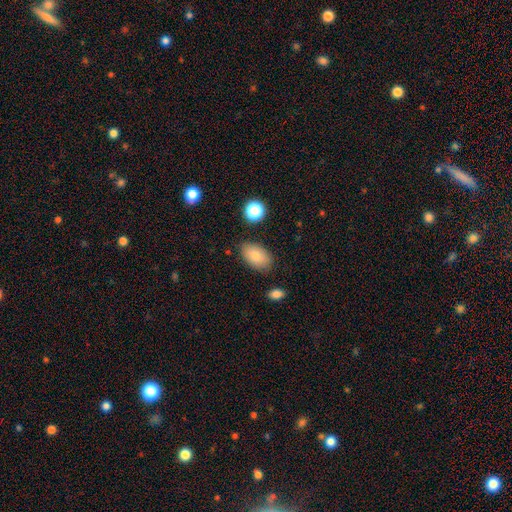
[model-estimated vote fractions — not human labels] A smooth galaxy with no disk features (81%) that is in between round and cigar-shaped (91%). Merging: none (81%).